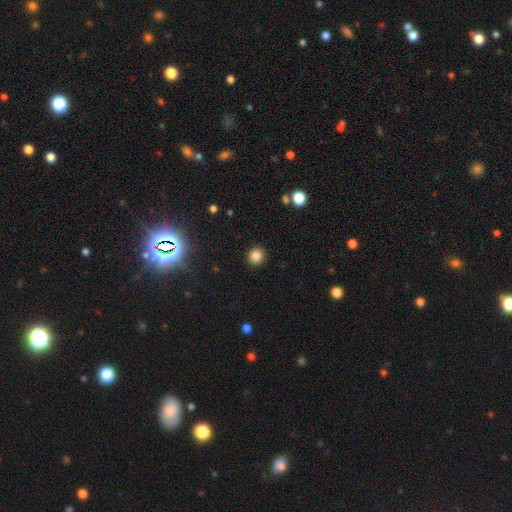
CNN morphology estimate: A smooth galaxy with no disk features (84%) that is round (89%).

Vote fractions:
- Smooth or featured? smooth: 84% / star or artifact: 12% / featured or disk: 4%
- How rounded? round: 89% / in between: 10% / cigar-shaped: 1%
- Merging? none: 91% / minor disturbance: 6% / major disturbance: 2% / merger: 1%